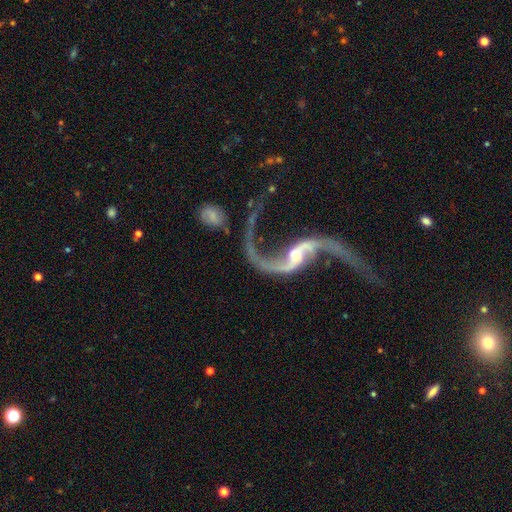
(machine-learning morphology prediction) The model was most divided on "bar": weak: 41%, no: 30%, strong: 29%. More confident: spiral arms — yes (97%); edge-on disk — no (96%); spiral arm count — 2 (93%); smooth or featured — featured or disk (92%); spiral winding — loose (92%); merging — none (55%); bulge size — small (52%).